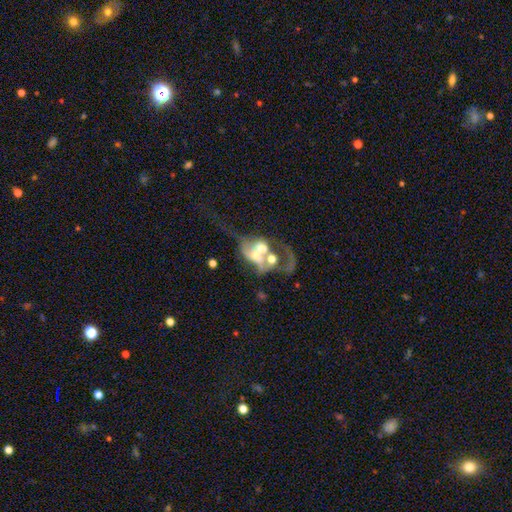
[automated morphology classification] A featured or disk galaxy (59%) with no bar (79%), no spiral arms (62%) and a moderate central bulge (38%). Merging: merger (62%).